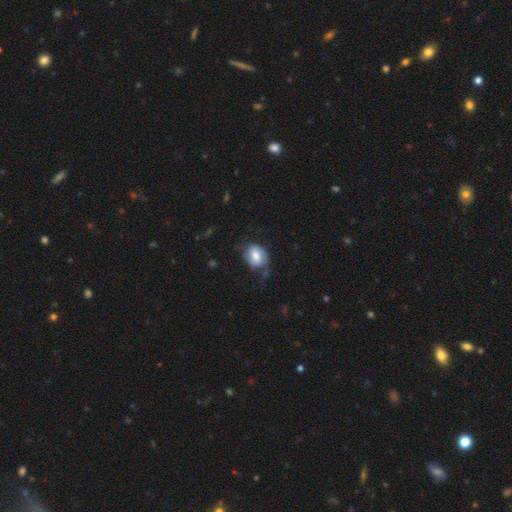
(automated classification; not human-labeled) smooth_or_featured: smooth (p=0.51) [alt: featured or disk p=0.42]
how_rounded: in between (p=0.69) [alt: round p=0.30]
merging: none (p=0.46) [alt: minor disturbance p=0.29]